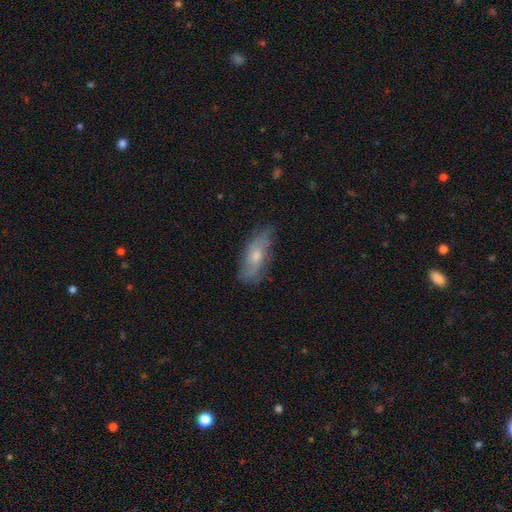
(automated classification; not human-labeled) Q: Smooth or featured?
A: featured or disk (53%); runner-up: smooth (39%)
Q: Edge-on disk?
A: no (83%); runner-up: yes (17%)
Q: Merging?
A: none (69%); runner-up: minor disturbance (23%)